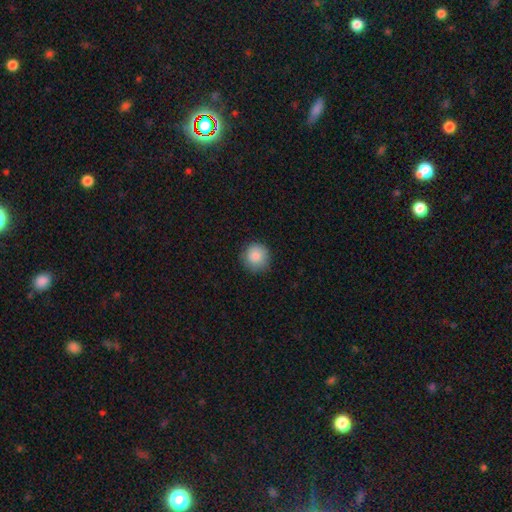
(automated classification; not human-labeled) Overall: smooth (87%). How rounded: round (94%). Merging: none (86%).